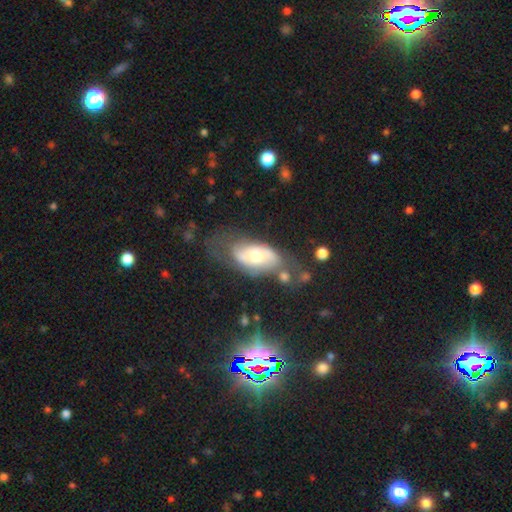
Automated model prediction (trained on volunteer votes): The model was most divided on "smooth or featured": featured or disk: 53%, smooth: 40%, star or artifact: 7%. Remaining: edge-on disk — no (89%); merging — none (46%).